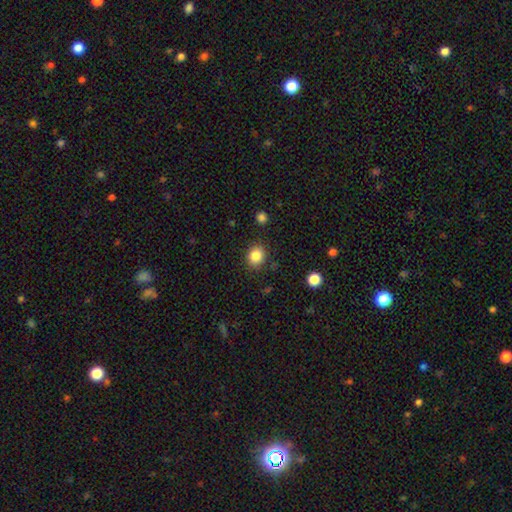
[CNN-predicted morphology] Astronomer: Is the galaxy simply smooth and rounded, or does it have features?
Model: smooth — 84%.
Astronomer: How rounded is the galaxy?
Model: round — 70%.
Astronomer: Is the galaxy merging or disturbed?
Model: none — 85%.